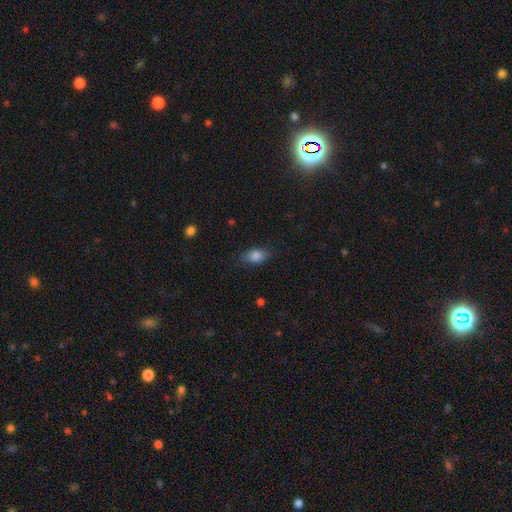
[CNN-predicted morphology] Smooth or featured? smooth (80%)
How rounded? in between (85%)
Merging? none (82%)